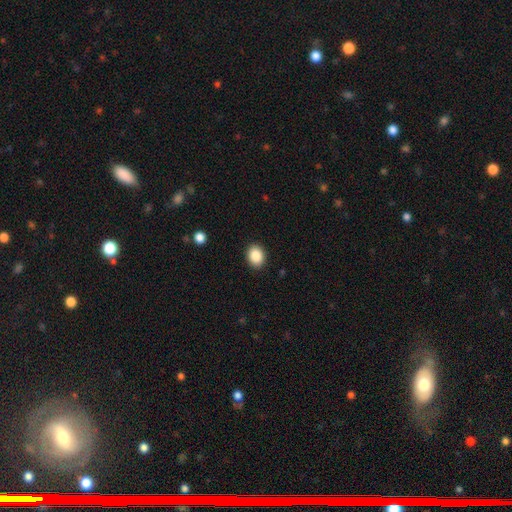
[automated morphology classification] Overall: smooth (87%). How rounded: in between (53%; round 46%). Merging: none (91%).